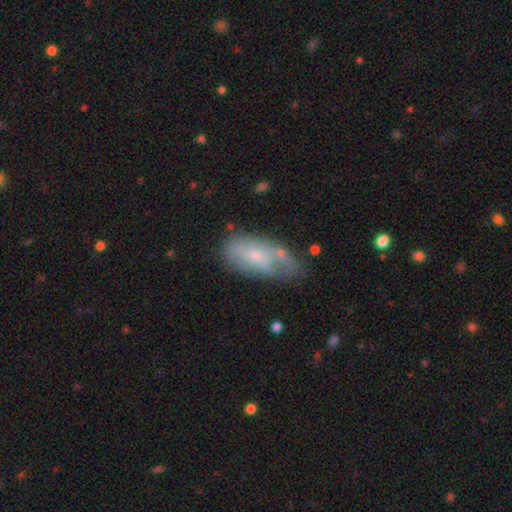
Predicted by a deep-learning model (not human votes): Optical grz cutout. It shows a smooth galaxy with no disk features (48%). Merging: none (41%).